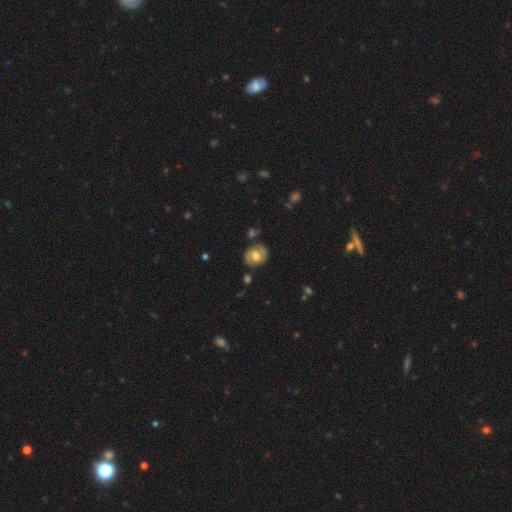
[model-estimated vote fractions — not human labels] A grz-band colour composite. It shows a featured or disk galaxy (58%) with no bar (48%), spiral arms (69%) and a moderate central bulge (72%). Merging: none (78%).